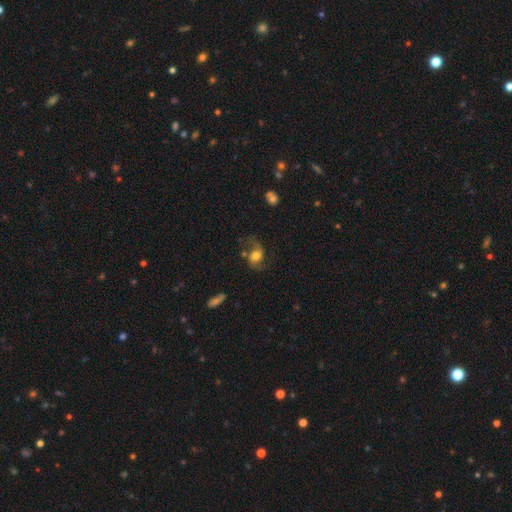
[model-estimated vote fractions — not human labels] A featured or disk galaxy (56%) with no bar (58%), spiral arms (86%) and a moderate central bulge (46%). Merging: none (57%).